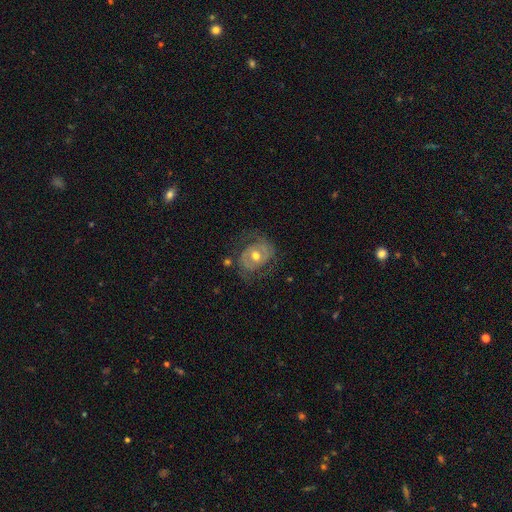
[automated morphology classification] smooth-or-featured: featured or disk: 75% | smooth: 18% | star or artifact: 6%
  disk-edge-on: no: 96% | yes: 4%
    bar: no: 57% | weak: 32% | strong: 11%
    has-spiral-arms: yes: 76% | no: 24%
      spiral-winding: tight: 41% | medium: 40% | loose: 20%
      spiral-arm-count: 2: 74% | can't tell: 15% | 1: 5% | 3: 4% | 4: 2% | more than 4: 2%
    bulge-size: moderate: 77% | small: 17% | large: 5% | none: 1% | dominant: 1%
  merging: none: 65% | minor disturbance: 19% | major disturbance: 14% | merger: 2%